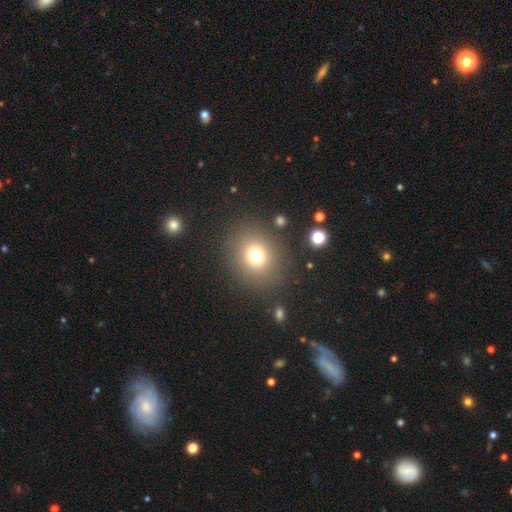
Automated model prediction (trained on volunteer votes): Smooth or featured: smooth — 74% (star or artifact — 16%)
How rounded: round — 77% (in between — 22%)
Merging: none — 84% (minor disturbance — 8%)